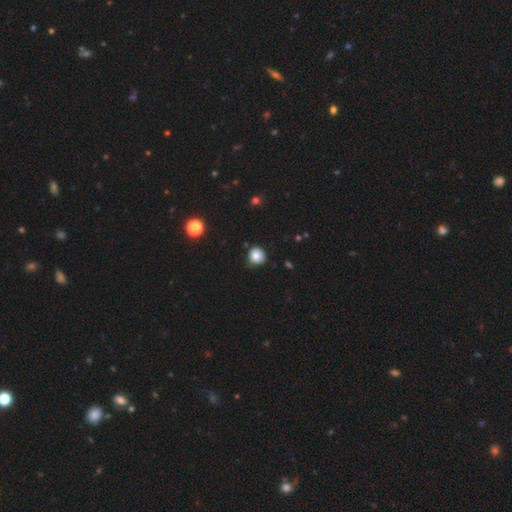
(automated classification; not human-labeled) Q: Smooth or featured?
A: smooth (82%); runner-up: star or artifact (11%)
Q: How rounded?
A: round (89%); runner-up: in between (10%)
Q: Merging?
A: none (80%); runner-up: minor disturbance (16%)